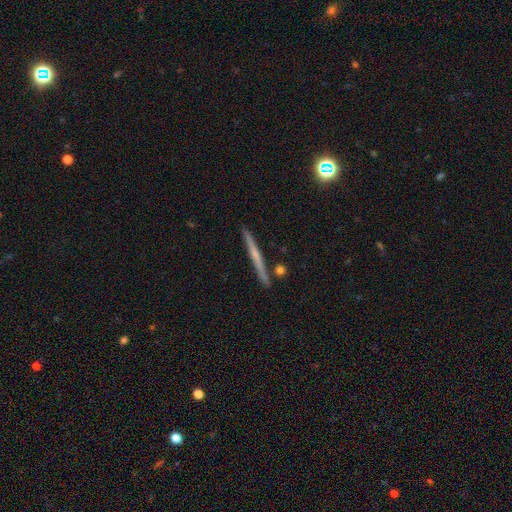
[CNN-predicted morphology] smooth_or_featured: featured or disk (p=0.60) [alt: smooth p=0.33]
disk_edge_on: yes (p=0.98) [alt: no p=0.02]
edge_on_bulge: none (p=0.57) [alt: rounded p=0.36]
merging: none (p=0.89) [alt: minor disturbance p=0.07]